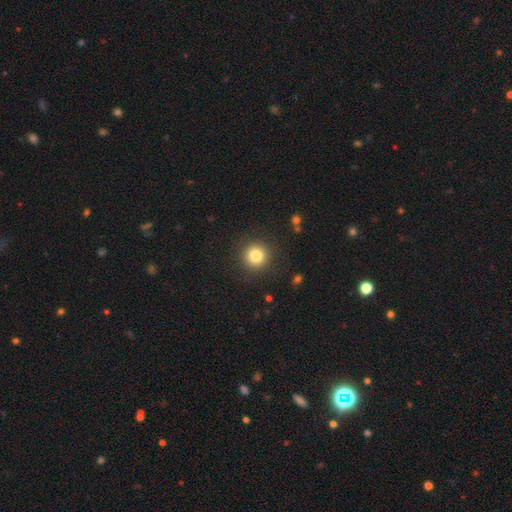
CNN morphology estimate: This appears to be a smooth galaxy with no disk features (82%) that is round (94%). Merging: none (90%).